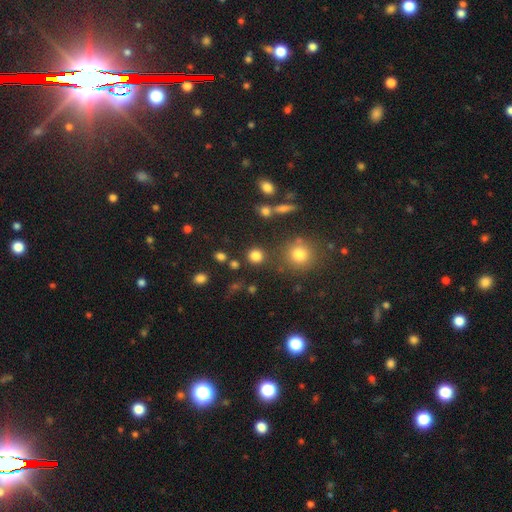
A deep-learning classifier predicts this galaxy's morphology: type=smooth (79%); roundness=round (89%); merging=none (81%).